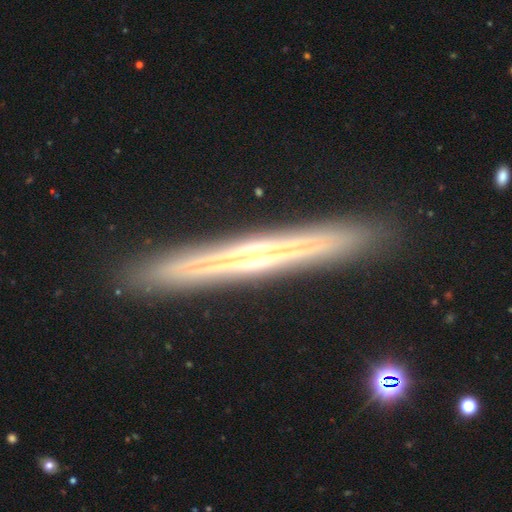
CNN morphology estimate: A featured or disk galaxy (74%) viewed edge-on (94%) with a rounded central bulge (56%).

Vote fractions:
- Smooth or featured? featured or disk: 74% / smooth: 18% / star or artifact: 7%
- Edge-on disk? yes: 94% / no: 6%
- Edge-on bulge? rounded: 56% / none: 37% / boxy: 7%
- Merging? none: 91% / minor disturbance: 7% / major disturbance: 1% / merger: 1%